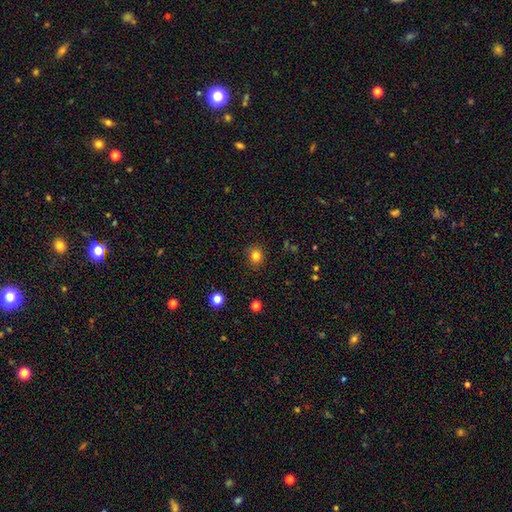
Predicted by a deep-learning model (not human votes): This appears to be a smooth galaxy with no disk features (82%) that is round (79%). Merging: none (86%).